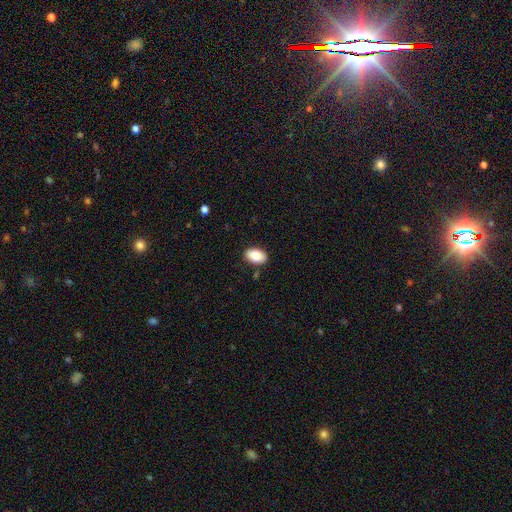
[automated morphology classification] smooth-or-featured: smooth: 88% | star or artifact: 7% | featured or disk: 5%
  how-rounded: in between: 92% | round: 7% | cigar-shaped: 1%
  merging: none: 85% | minor disturbance: 11% | major disturbance: 2% | merger: 2%